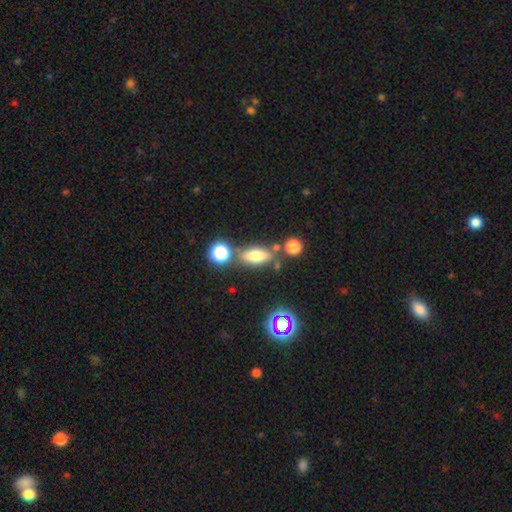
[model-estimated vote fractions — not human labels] This is likely a smooth galaxy (65%). How rounded: likely in between (68%). Merging: likely none (71%).